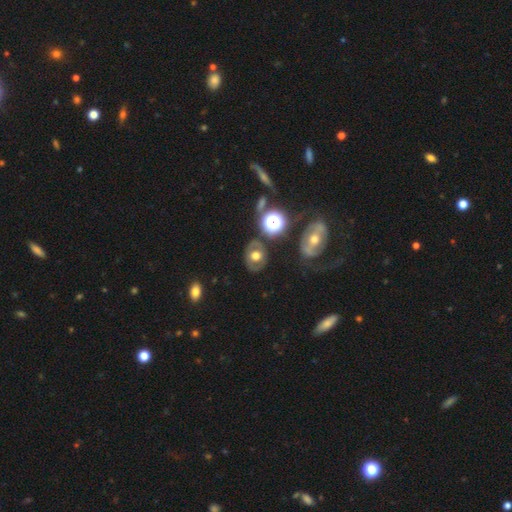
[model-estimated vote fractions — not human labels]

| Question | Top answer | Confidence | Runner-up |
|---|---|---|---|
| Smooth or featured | smooth | 46% | featured or disk (41%) |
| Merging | none | 77% | minor disturbance (13%) |